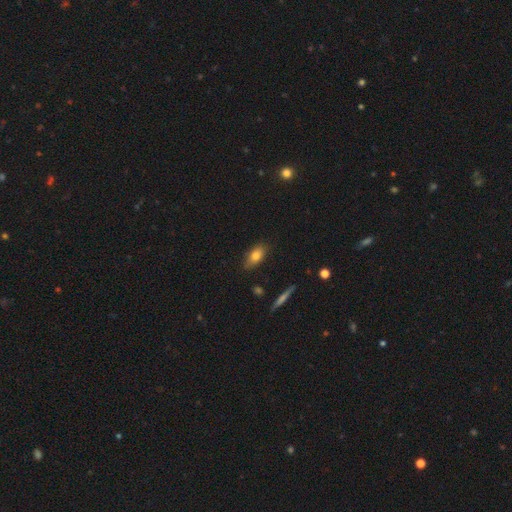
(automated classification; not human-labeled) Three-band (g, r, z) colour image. It shows a smooth galaxy with no disk features (79%) that is in between round and cigar-shaped (84%). Merging: none (80%).